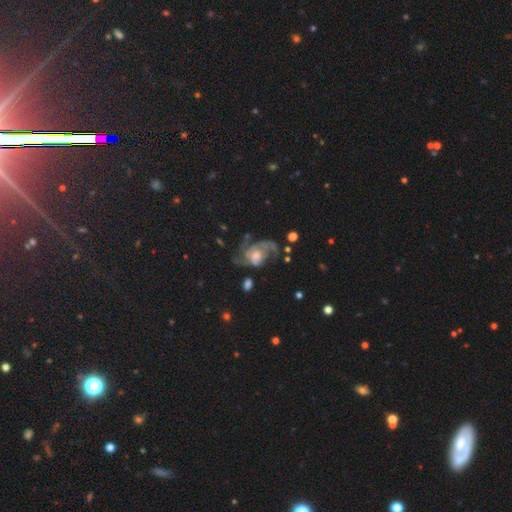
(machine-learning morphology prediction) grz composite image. It shows a featured or disk galaxy (72%) with no bar (73%), 2 (39%) medium (43%) spiral arms (80%) and a moderate central bulge (42%). Merging: major disturbance (42%).